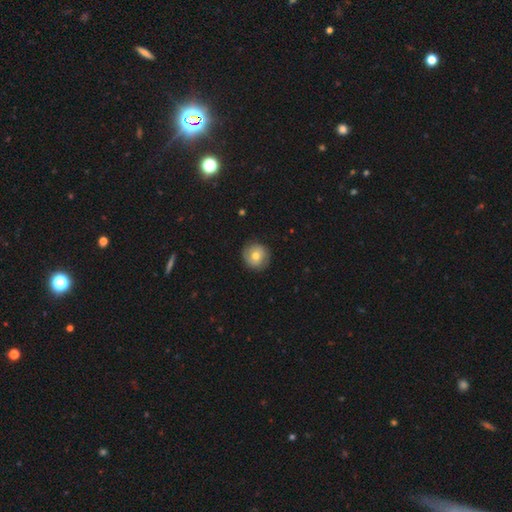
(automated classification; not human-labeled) Smooth or featured? Predicted: smooth (p=0.64). How rounded? Predicted: round (p=0.93). Merging? Predicted: none (p=0.85).